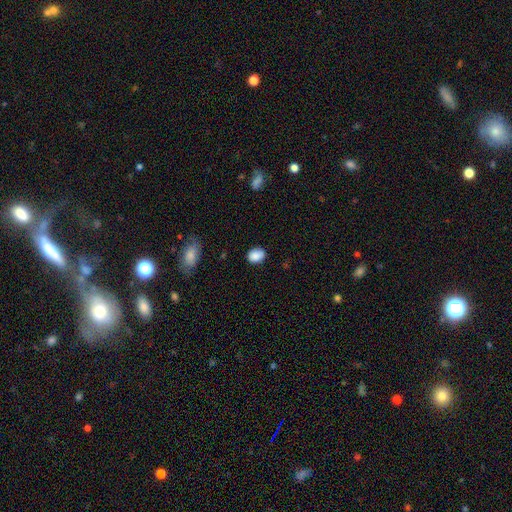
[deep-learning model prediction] Morphology: type=smooth (87%); roundness=in between (63%); merging=none (78%).